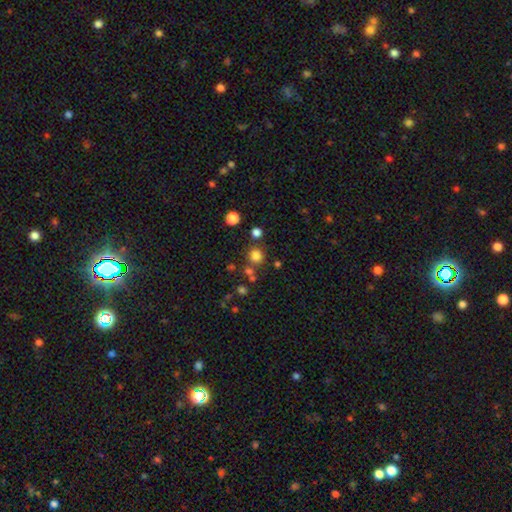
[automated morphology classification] A smooth galaxy with no disk features (78%) that is round (92%).

Vote fractions:
- Smooth or featured? smooth: 78% / star or artifact: 16% / featured or disk: 6%
- How rounded? round: 92% / in between: 7% / cigar-shaped: 1%
- Merging? none: 78% / merger: 10% / minor disturbance: 8% / major disturbance: 3%